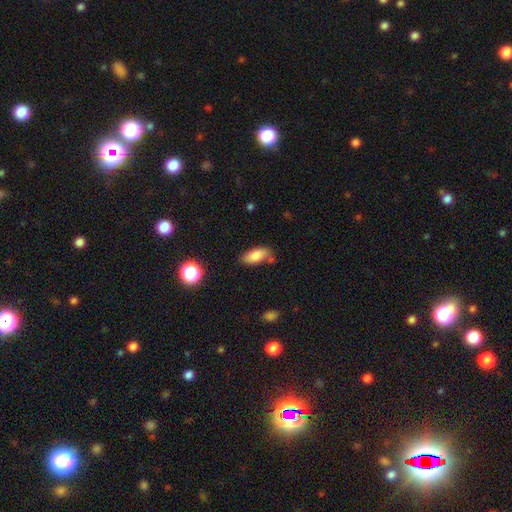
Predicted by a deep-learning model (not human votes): smooth-or-featured: smooth: 82% | featured or disk: 10% | star or artifact: 8%
  how-rounded: in between: 88% | cigar-shaped: 9% | round: 3%
  merging: none: 72% | minor disturbance: 17% | merger: 7% | major disturbance: 4%